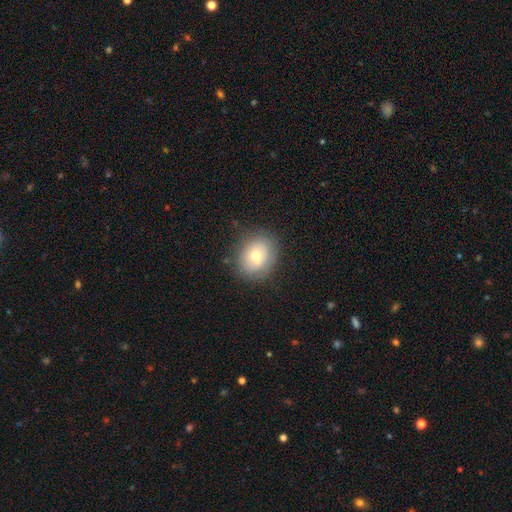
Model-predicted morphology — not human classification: Q: Smooth or featured?
A: smooth (62%); runner-up: featured or disk (28%)
Q: How rounded?
A: round (56%); runner-up: in between (43%)
Q: Merging?
A: none (78%); runner-up: minor disturbance (15%)